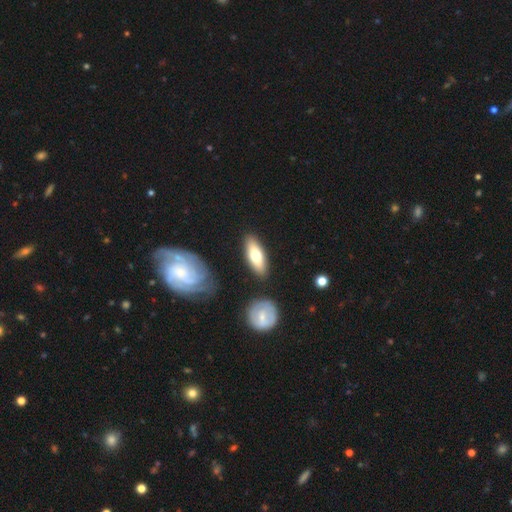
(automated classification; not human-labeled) Overall: smooth (64%; featured or disk 31%). How rounded: in between (62%; cigar-shaped 35%). Merging: none (84%).